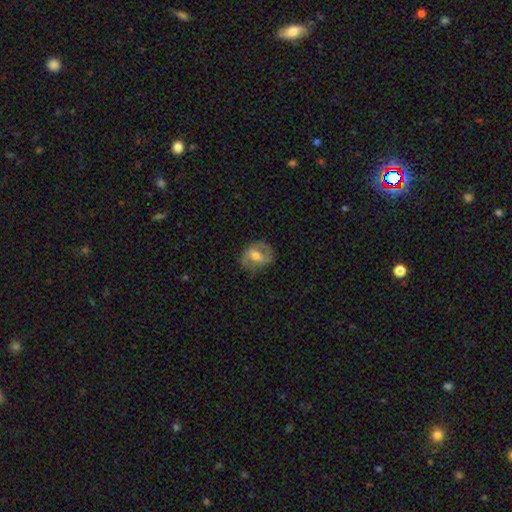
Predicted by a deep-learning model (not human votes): Smooth or featured: featured or disk — 64% (smooth — 29%)
Edge-on disk: no — 95% (yes — 5%)
Bar: weak — 42% (strong — 36%)
Spiral arms: yes — 73% (no — 27%)
Bulge size: moderate — 67% (small — 23%)
Merging: none — 68% (minor disturbance — 21%)